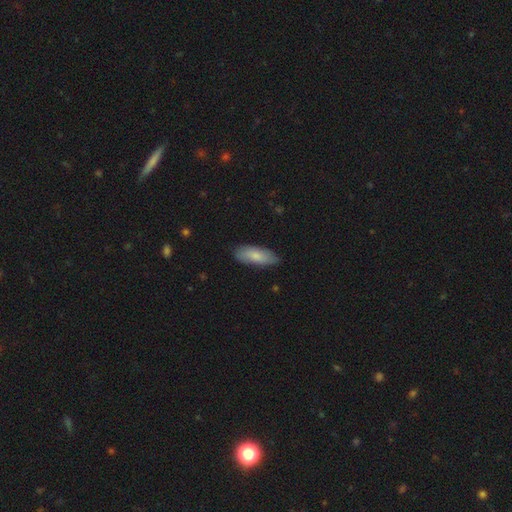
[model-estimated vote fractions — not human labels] The model was most divided on "how rounded": in between: 74%, cigar-shaped: 24%, round: 2%. More confident: merging — none (81%); smooth or featured — smooth (80%).